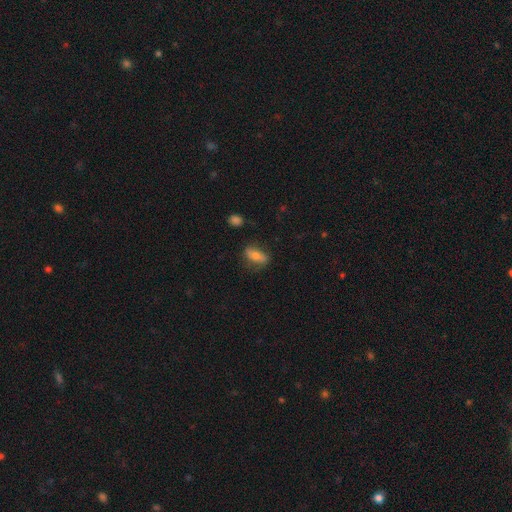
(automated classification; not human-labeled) Smooth or featured?
  - smooth: 65% *
  - featured or disk: 26%
  - star or artifact: 8%
How rounded?
  - in between: 75% *
  - cigar-shaped: 19%
  - round: 6%
Merging?
  - none: 70% *
  - minor disturbance: 21%
  - major disturbance: 7%
  - merger: 2%